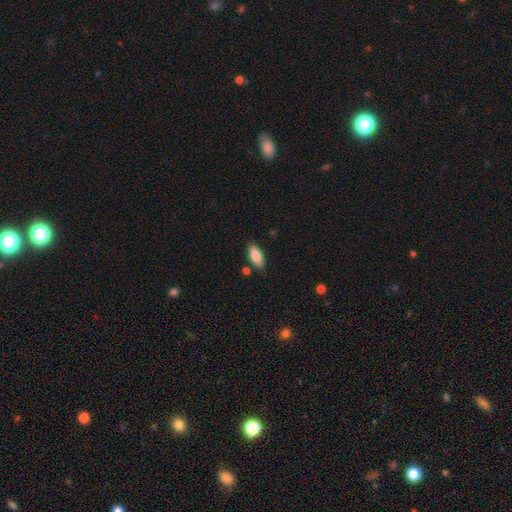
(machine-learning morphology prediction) smooth 86%, featured or disk 8%, star or artifact 6%. Down the decision tree: how rounded — in between (80%); merging — none (83%).